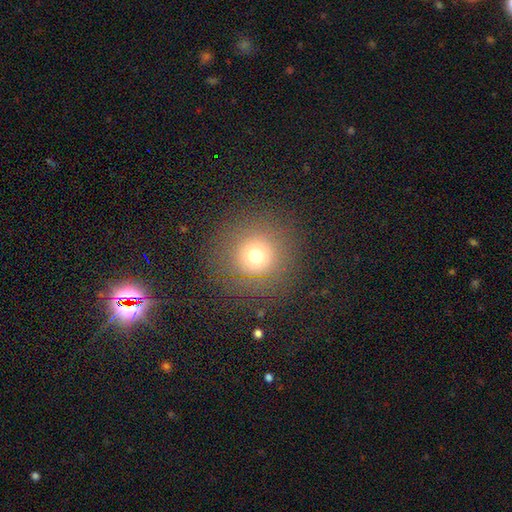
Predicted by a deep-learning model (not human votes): Smooth or featured? Predicted: smooth (p=0.70). How rounded? Predicted: round (p=0.95). Merging? Predicted: none (p=0.87).